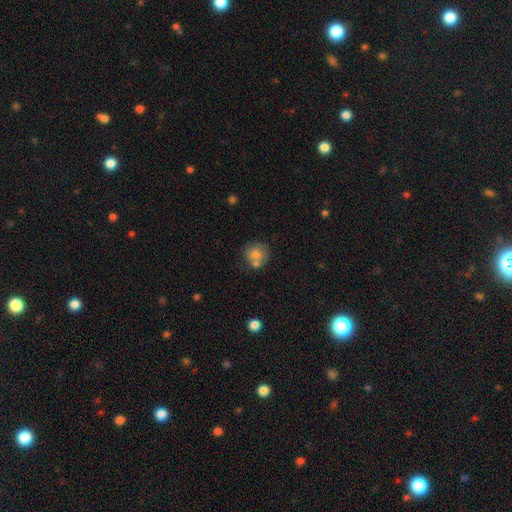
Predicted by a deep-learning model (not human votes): smooth 74%, featured or disk 17%, star or artifact 9%. Down the decision tree: how rounded — round (86%); merging — none (56%).